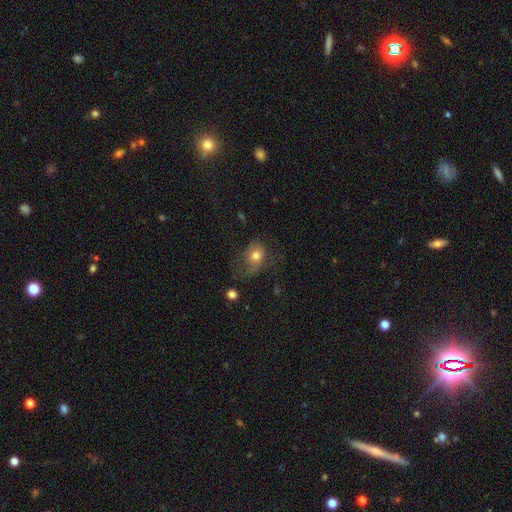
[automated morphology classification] smooth_or_featured: smooth (p=0.71) [alt: featured or disk p=0.19]
how_rounded: in between (p=0.58) [alt: round p=0.40]
merging: none (p=0.38) [alt: major disturbance p=0.30]